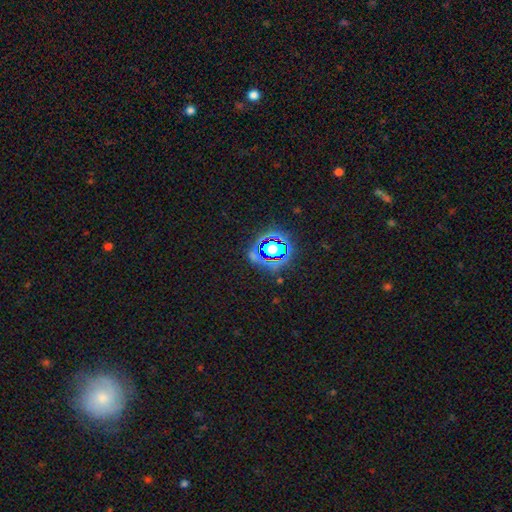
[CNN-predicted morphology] The model was most divided on "smooth or featured": star or artifact: 74%, smooth: 16%, featured or disk: 9%.